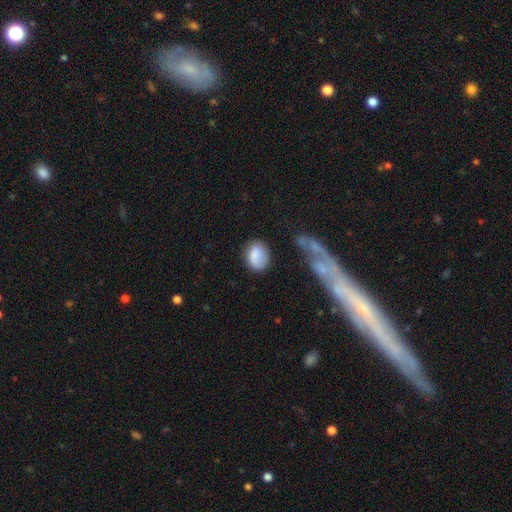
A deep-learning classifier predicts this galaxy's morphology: This appears to be a smooth galaxy with no disk features (80%) that is in between round and cigar-shaped (59%). Merging: none (61%).